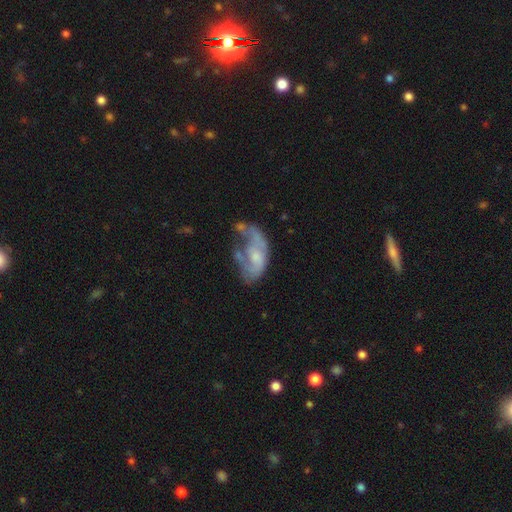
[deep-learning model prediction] Smooth or featured: featured or disk — 62% (smooth — 29%)
Edge-on disk: no — 96% (yes — 4%)
Bar: no — 76% (weak — 20%)
Spiral arms: no — 55% (yes — 45%)
Bulge size: small — 39% (moderate — 30%)
Merging: major disturbance — 42% (none — 24%)